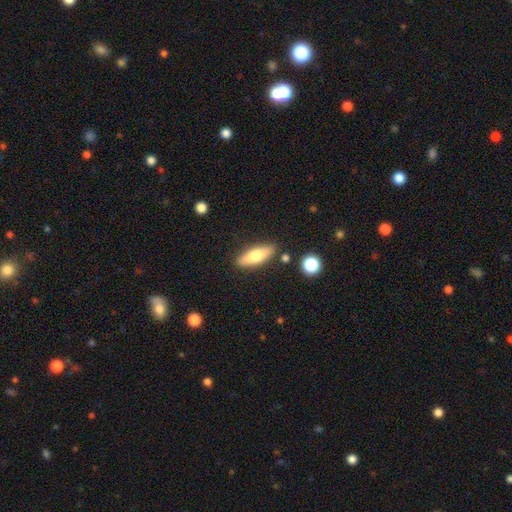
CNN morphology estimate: smooth-or-featured: smooth: 65% | featured or disk: 28% | star or artifact: 7%
  how-rounded: in between: 54% | cigar-shaped: 43% | round: 3%
  merging: none: 82% | minor disturbance: 11% | merger: 4% | major disturbance: 3%